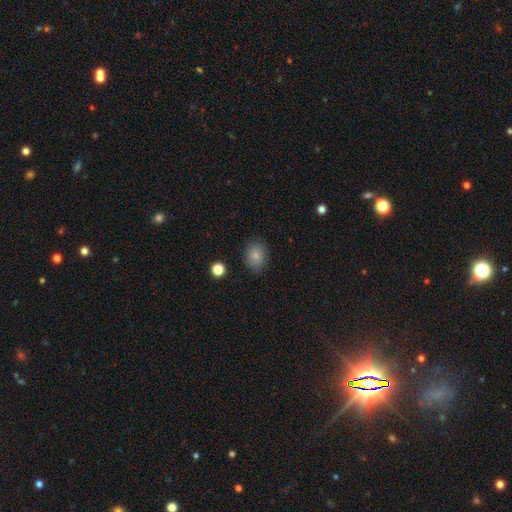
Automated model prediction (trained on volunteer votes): The model was most divided on "how rounded": in between: 60%, round: 39%, cigar-shaped: 1%. More confident: merging — none (83%); smooth or featured — smooth (83%).